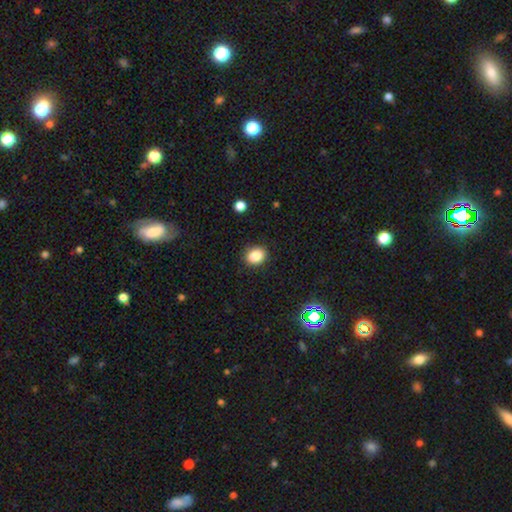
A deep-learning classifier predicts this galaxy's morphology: A smooth galaxy with no disk features (85%) that is in between round and cigar-shaped (50%). Merging: none (88%).